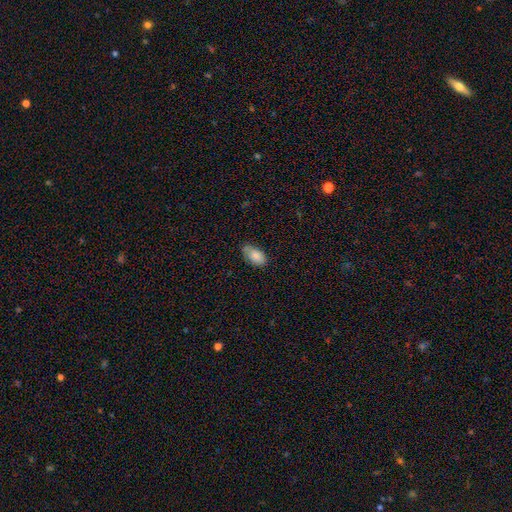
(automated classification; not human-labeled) Smooth or featured? Predicted: smooth (p=0.84). How rounded? Predicted: in between (p=0.93). Merging? Predicted: none (p=0.66).